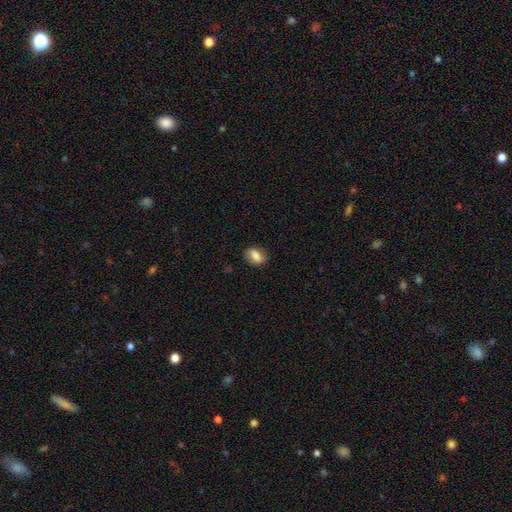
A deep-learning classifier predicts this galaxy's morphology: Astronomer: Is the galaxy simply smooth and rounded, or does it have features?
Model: smooth — 79%.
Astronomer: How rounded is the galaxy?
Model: in between — 81%.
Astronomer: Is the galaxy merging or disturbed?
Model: none — 80%.